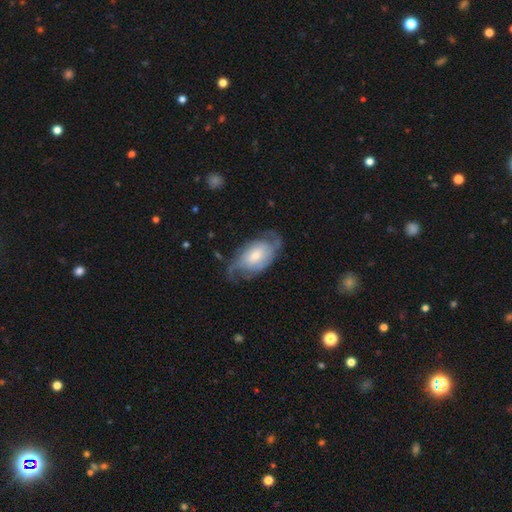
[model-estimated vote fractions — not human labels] featured or disk 69%, smooth 25%, star or artifact 6%. Down the decision tree: edge-on disk — no (95%); bar — no (60%); spiral arms — yes (88%); spiral arm count — 2 (68%); spiral winding — medium (42%); bulge size — moderate (43%); merging — none (58%).